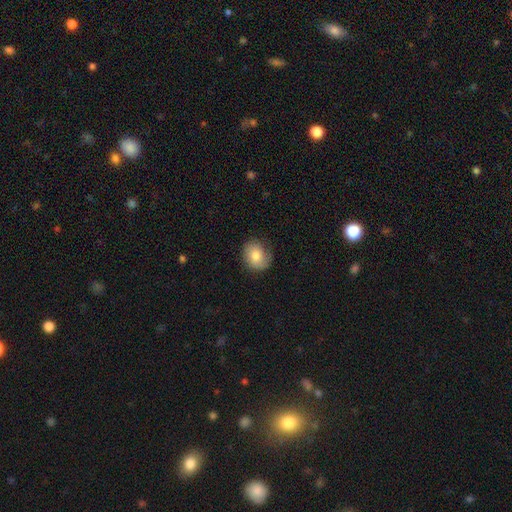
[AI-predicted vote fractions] This is likely a smooth galaxy (73%). How rounded: likely round (67%). Merging: likely none (73%).